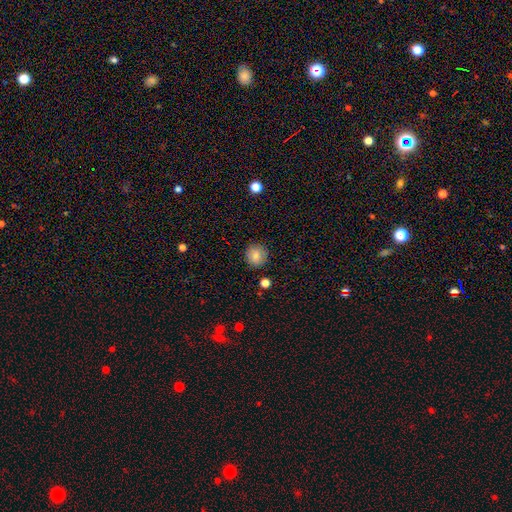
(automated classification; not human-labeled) Q: Smooth or featured?
A: smooth (81%); runner-up: featured or disk (10%)
Q: How rounded?
A: round (91%); runner-up: in between (8%)
Q: Merging?
A: none (88%); runner-up: minor disturbance (8%)